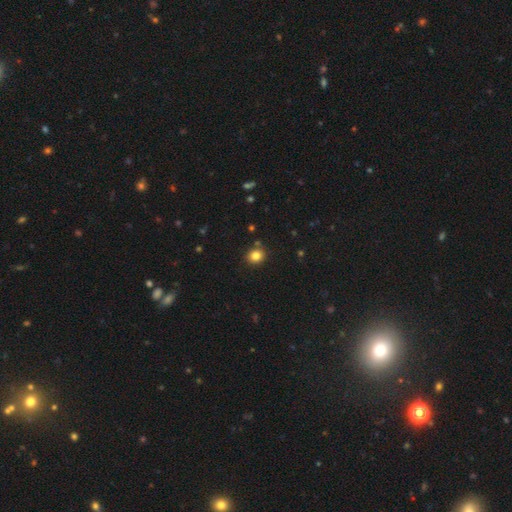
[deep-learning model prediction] A smooth galaxy with no disk features (83%) that is round (77%).

Vote fractions:
- Smooth or featured? smooth: 83% / star or artifact: 12% / featured or disk: 5%
- How rounded? round: 77% / in between: 22% / cigar-shaped: 1%
- Merging? none: 86% / minor disturbance: 8% / merger: 3% / major disturbance: 2%